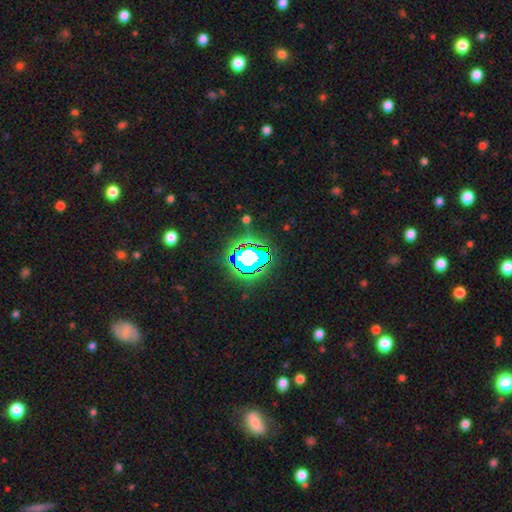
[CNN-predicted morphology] star or artifact 67%, smooth 18%, featured or disk 14%.